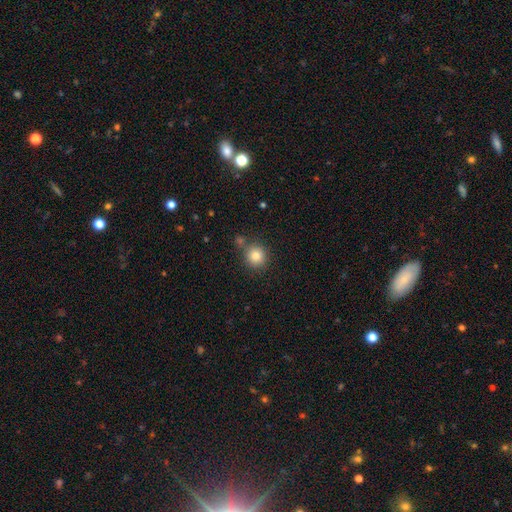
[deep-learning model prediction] The model was most divided on "merging": none: 74%, merger: 14%, minor disturbance: 10%, major disturbance: 3%. More confident: how rounded — round (92%); smooth or featured — smooth (82%).